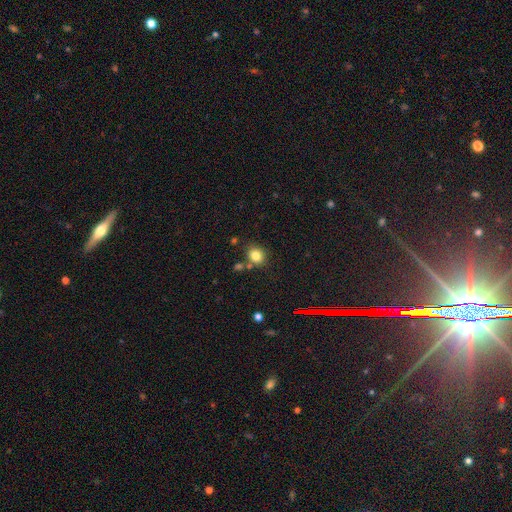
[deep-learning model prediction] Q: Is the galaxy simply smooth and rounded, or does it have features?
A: smooth — 81%.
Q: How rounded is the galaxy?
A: round — 63%.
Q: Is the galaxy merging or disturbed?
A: none — 74%.